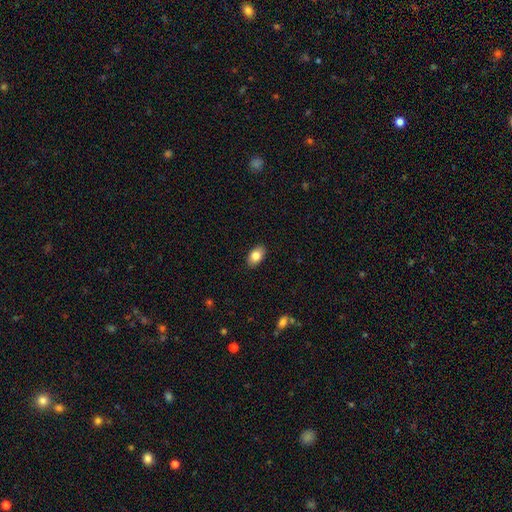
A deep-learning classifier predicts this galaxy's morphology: Smooth or featured: smooth — 83% (featured or disk — 9%)
How rounded: in between — 89% (round — 9%)
Merging: none — 89% (minor disturbance — 8%)